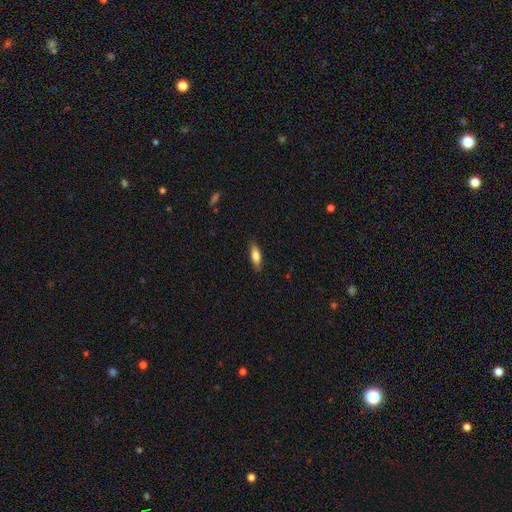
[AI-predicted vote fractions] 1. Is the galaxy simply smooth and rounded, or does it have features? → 78% smooth, 16% featured or disk, 6% star or artifact.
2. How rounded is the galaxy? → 58% in between, 40% cigar-shaped, 2% round.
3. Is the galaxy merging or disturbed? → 85% none, 11% minor disturbance, 2% major disturbance, 1% merger.